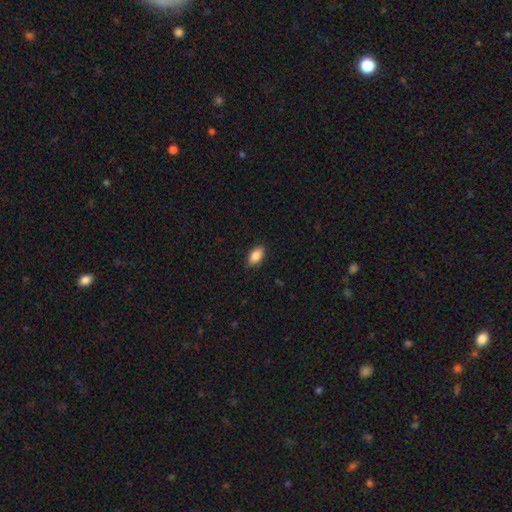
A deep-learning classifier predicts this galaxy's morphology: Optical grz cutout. It shows a smooth galaxy with no disk features (88%) that is in between round and cigar-shaped (92%). Merging: none (86%).